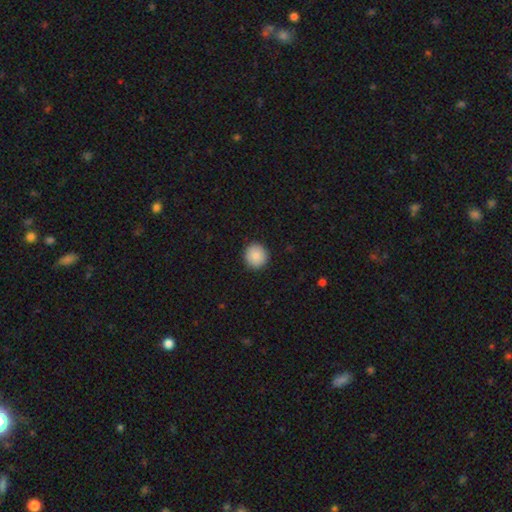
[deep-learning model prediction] Smooth or featured?
  - smooth: 87% *
  - star or artifact: 8%
  - featured or disk: 5%
How rounded?
  - round: 93% *
  - in between: 6%
  - cigar-shaped: 1%
Merging?
  - none: 91% *
  - minor disturbance: 6%
  - major disturbance: 2%
  - merger: 1%